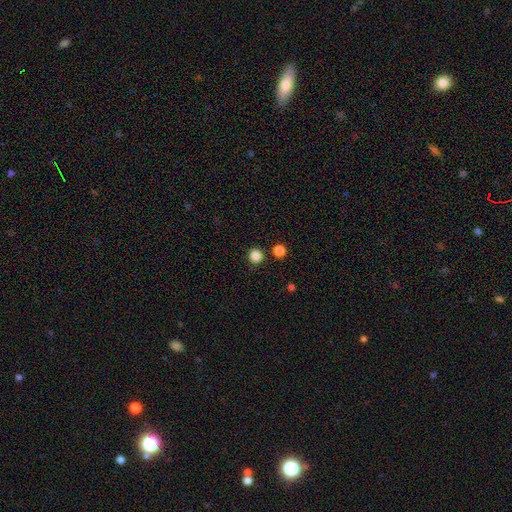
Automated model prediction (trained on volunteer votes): smooth_or_featured: smooth (p=0.85) [alt: star or artifact p=0.12]
how_rounded: round (p=0.95) [alt: in between p=0.04]
merging: none (p=0.88) [alt: minor disturbance p=0.06]